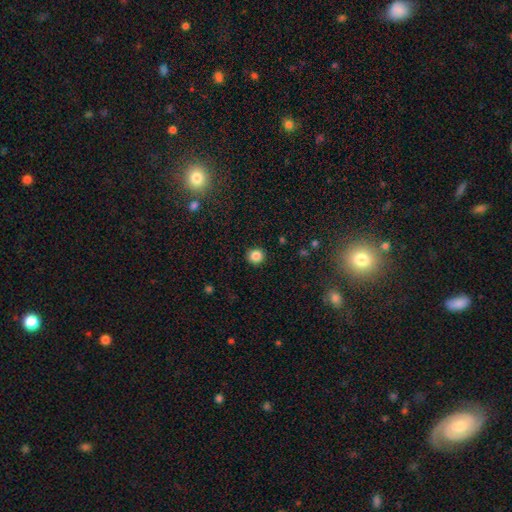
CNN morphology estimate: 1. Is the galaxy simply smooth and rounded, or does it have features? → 85% smooth, 11% star or artifact, 4% featured or disk.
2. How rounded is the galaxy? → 93% round, 6% in between, 1% cigar-shaped.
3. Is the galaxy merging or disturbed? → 92% none, 5% minor disturbance, 2% major disturbance, 1% merger.